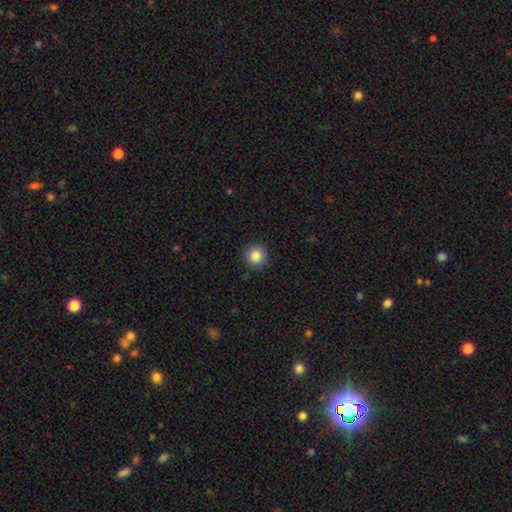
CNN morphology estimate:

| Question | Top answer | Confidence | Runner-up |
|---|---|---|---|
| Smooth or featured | smooth | 86% | star or artifact (10%) |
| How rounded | round | 95% | in between (4%) |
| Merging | none | 90% | minor disturbance (7%) |